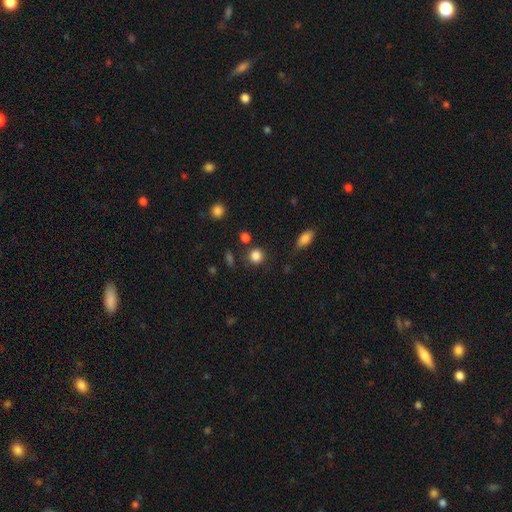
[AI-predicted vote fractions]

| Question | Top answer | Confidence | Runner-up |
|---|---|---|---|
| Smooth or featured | smooth | 85% | star or artifact (11%) |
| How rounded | round | 88% | in between (11%) |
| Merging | none | 82% | minor disturbance (10%) |